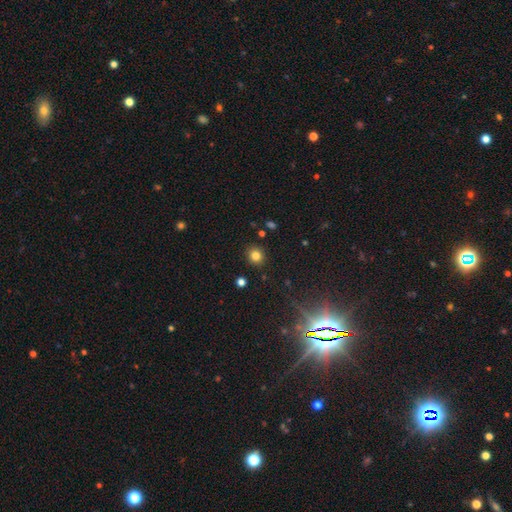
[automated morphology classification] Smooth or featured? smooth (81%)
How rounded? round (89%)
Merging? none (90%)